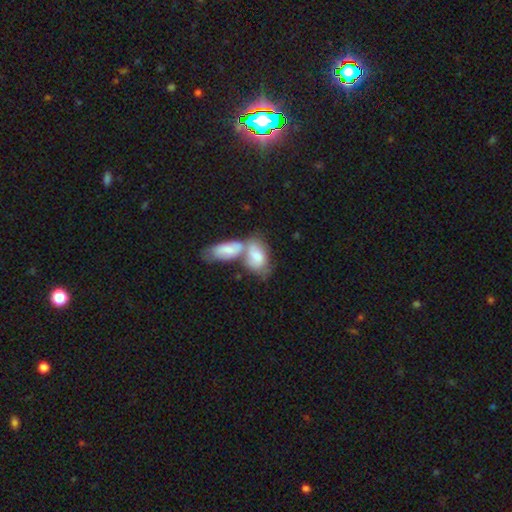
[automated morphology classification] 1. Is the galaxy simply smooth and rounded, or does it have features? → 69% smooth, 25% featured or disk, 7% star or artifact.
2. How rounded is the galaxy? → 90% in between, 5% cigar-shaped, 5% round.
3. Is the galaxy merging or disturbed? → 64% merger, 21% none, 10% minor disturbance, 5% major disturbance.